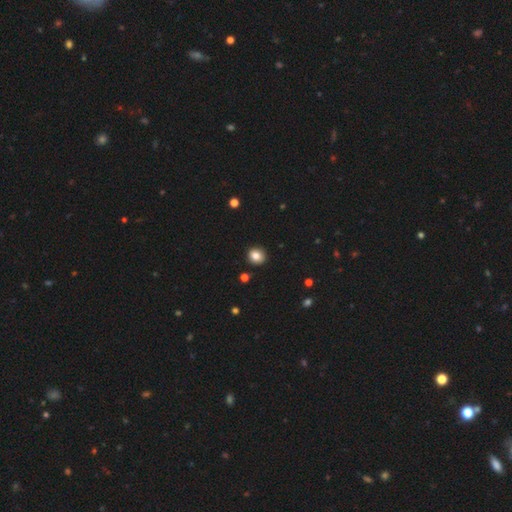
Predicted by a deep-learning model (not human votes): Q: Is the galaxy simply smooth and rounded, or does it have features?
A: smooth — 83%.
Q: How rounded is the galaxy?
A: round — 86%.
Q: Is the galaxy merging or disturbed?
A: none — 91%.